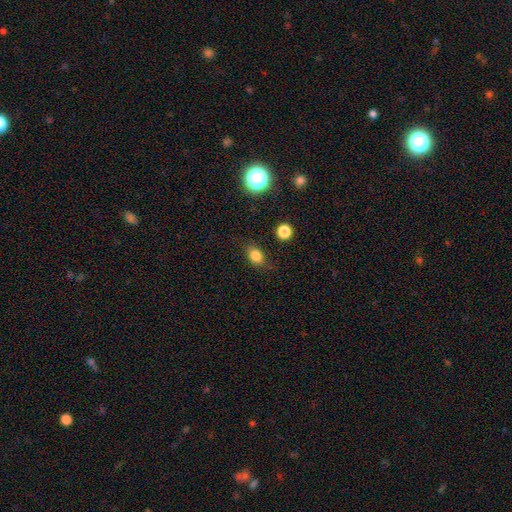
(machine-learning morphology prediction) type=smooth (81%); roundness=in between (65%); merging=none (73%).